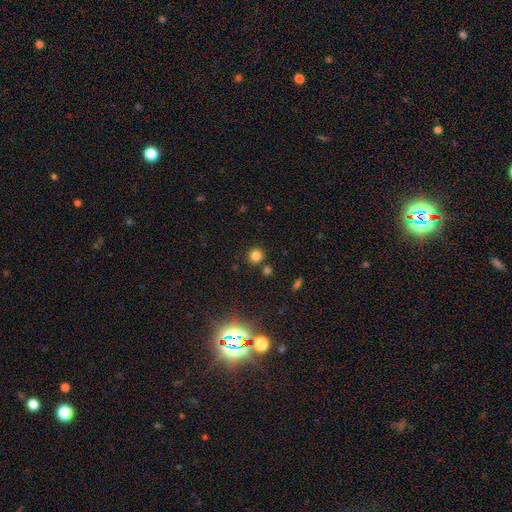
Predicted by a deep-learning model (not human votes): A smooth galaxy with no disk features (80%) that is round (92%).

Vote fractions:
- Smooth or featured? smooth: 80% / star or artifact: 15% / featured or disk: 5%
- How rounded? round: 92% / in between: 7% / cigar-shaped: 1%
- Merging? none: 84% / merger: 7% / minor disturbance: 7% / major disturbance: 3%